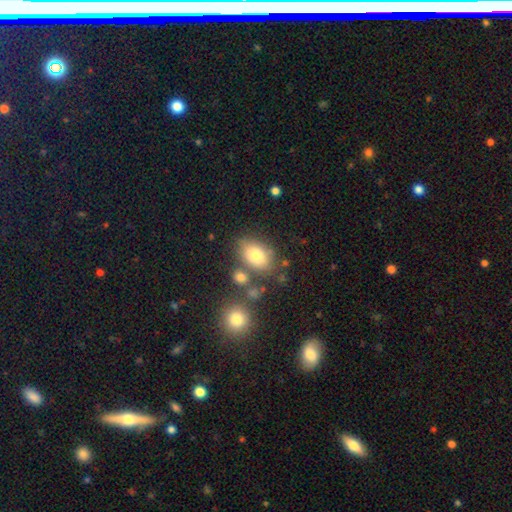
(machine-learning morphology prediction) A smooth galaxy with no disk features (77%) that is in between round and cigar-shaped (79%). Merging: none (65%).